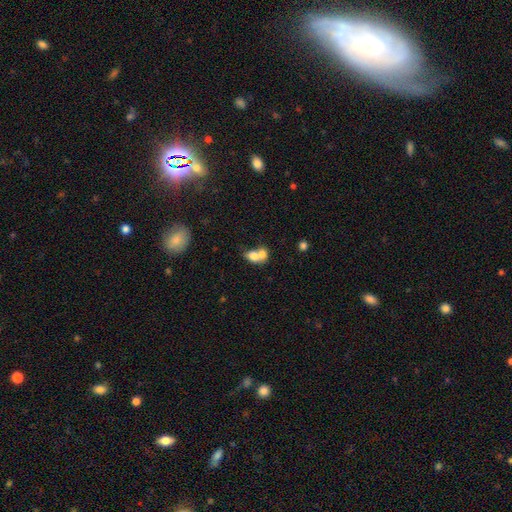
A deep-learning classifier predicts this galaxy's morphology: smooth 72%, featured or disk 19%, star or artifact 9%. Down the decision tree: how rounded — in between (64%); merging — merger (71%).